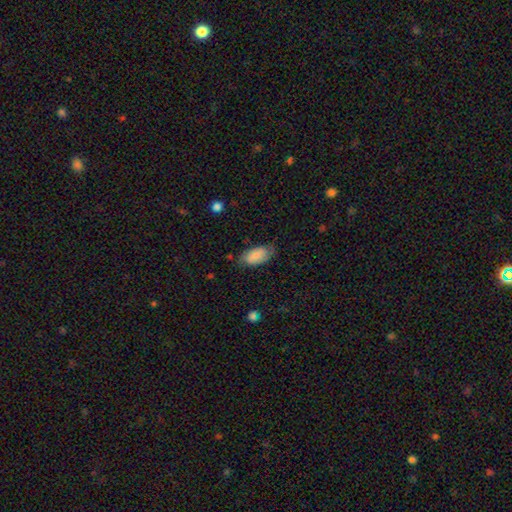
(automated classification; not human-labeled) Overall: smooth (79%). How rounded: in between (93%). Merging: none (66%; minor disturbance 27%).